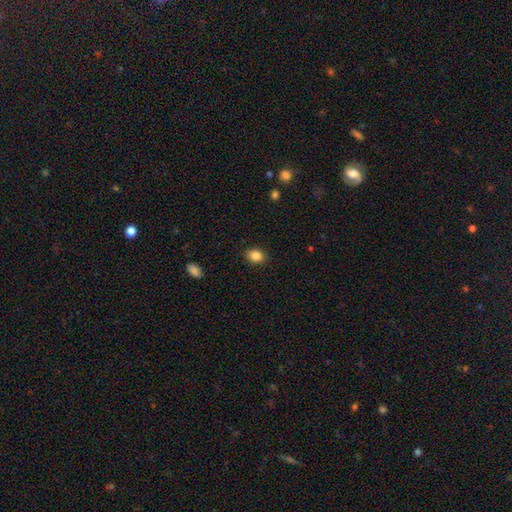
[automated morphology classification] Q: Smooth or featured?
A: smooth (86%); runner-up: star or artifact (10%)
Q: How rounded?
A: in between (64%); runner-up: round (35%)
Q: Merging?
A: none (88%); runner-up: minor disturbance (9%)